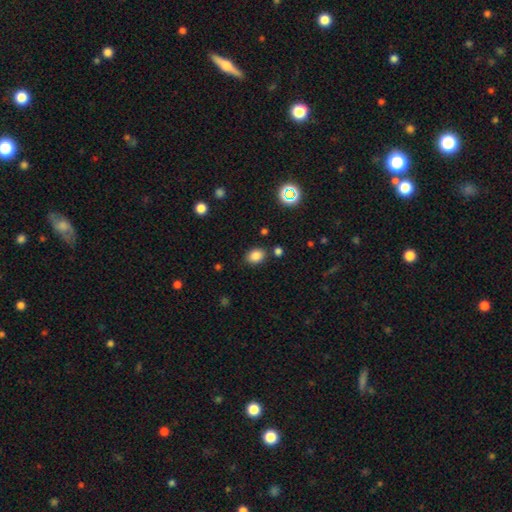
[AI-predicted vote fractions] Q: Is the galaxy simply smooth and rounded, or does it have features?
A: smooth — 83%.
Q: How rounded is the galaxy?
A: in between — 63%.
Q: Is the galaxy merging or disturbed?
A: none — 82%.